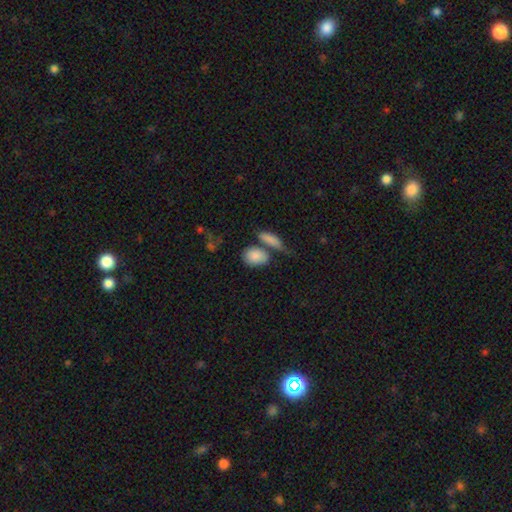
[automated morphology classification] Q: Smooth or featured?
A: smooth (84%); runner-up: featured or disk (10%)
Q: How rounded?
A: in between (78%); runner-up: round (18%)
Q: Merging?
A: none (43%); runner-up: merger (34%)